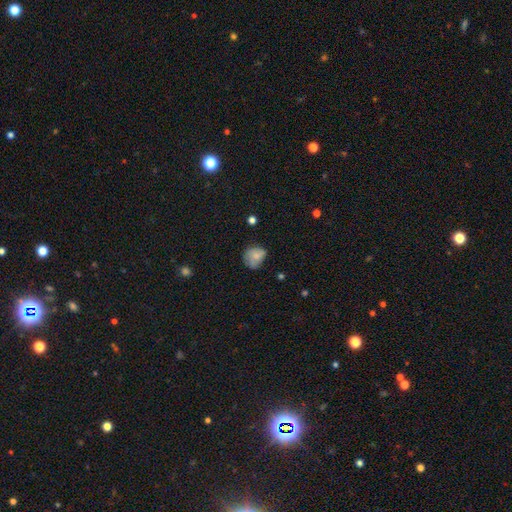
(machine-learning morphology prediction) A smooth galaxy with no disk features (75%) that is round (63%).

Vote fractions:
- Smooth or featured? smooth: 75% / featured or disk: 16% / star or artifact: 9%
- How rounded? round: 63% / in between: 36% / cigar-shaped: 1%
- Merging? none: 51% / minor disturbance: 34% / major disturbance: 13% / merger: 2%